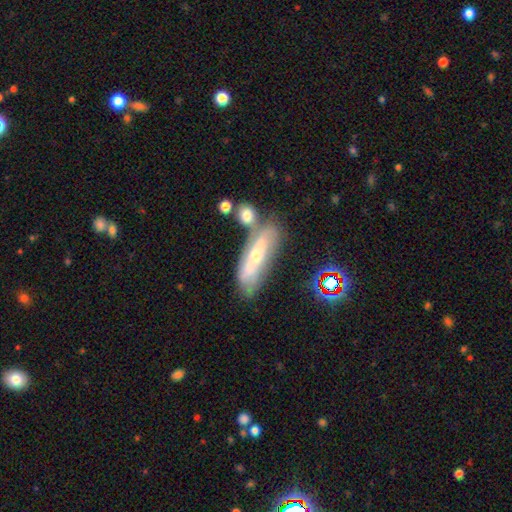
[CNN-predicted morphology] Q: Smooth or featured?
A: featured or disk (56%); runner-up: smooth (33%)
Q: Edge-on disk?
A: no (65%); runner-up: yes (35%)
Q: Merging?
A: none (48%); runner-up: merger (25%)